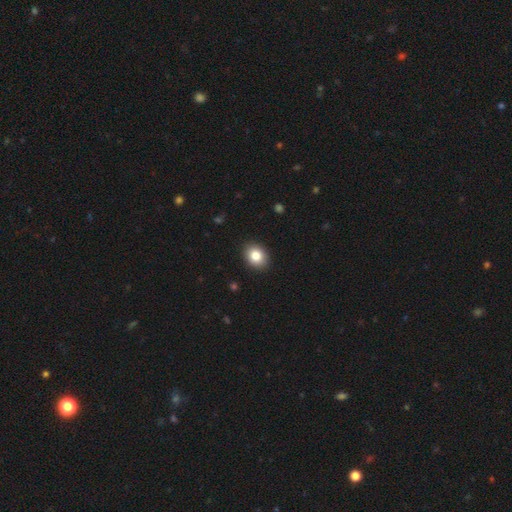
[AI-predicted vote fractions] smooth 83%, star or artifact 9%, featured or disk 8%. Down the decision tree: how rounded — in between (53%); merging — none (90%).